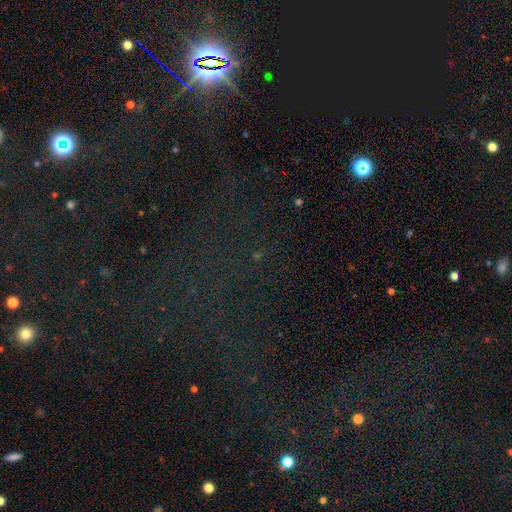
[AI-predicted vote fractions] Smooth or featured: star or artifact — 78% (smooth — 13%)